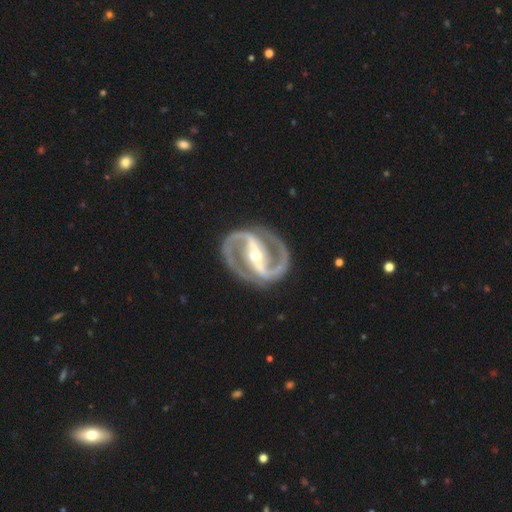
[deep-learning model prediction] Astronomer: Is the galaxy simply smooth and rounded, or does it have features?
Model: featured or disk — 94%.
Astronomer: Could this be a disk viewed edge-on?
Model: no — 97%.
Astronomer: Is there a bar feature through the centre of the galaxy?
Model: strong — 79%.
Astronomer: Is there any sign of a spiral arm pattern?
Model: yes — 98%.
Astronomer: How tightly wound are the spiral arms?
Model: medium — 57% (runner-up: tight, 33%).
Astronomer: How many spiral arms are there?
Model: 2 — 94%.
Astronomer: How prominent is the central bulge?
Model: moderate — 51% (runner-up: small, 44%).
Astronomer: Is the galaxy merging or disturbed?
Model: none — 87%.